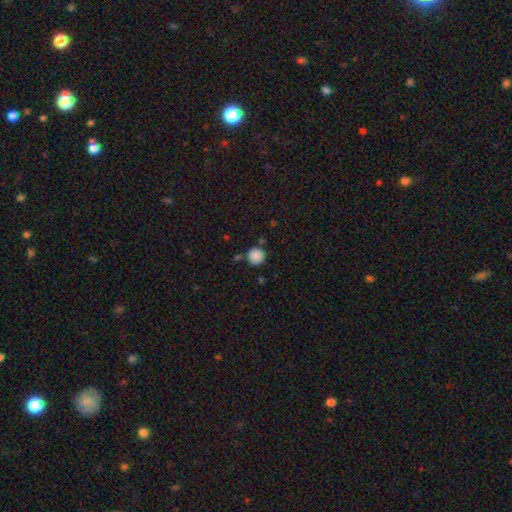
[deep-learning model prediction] Smooth or featured: smooth — 88% (star or artifact — 9%)
How rounded: round — 95% (in between — 5%)
Merging: none — 80% (minor disturbance — 10%)